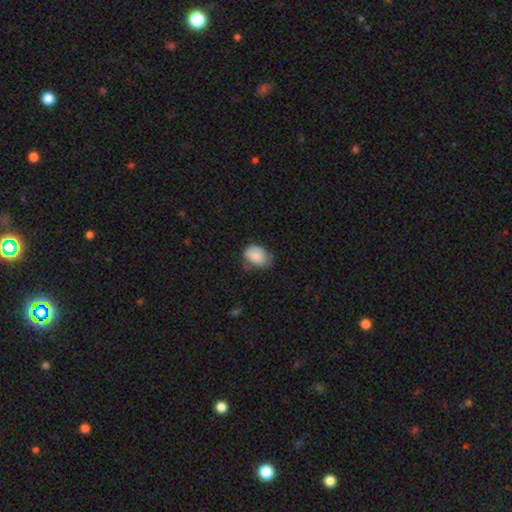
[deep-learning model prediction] Morphology: type=smooth (82%); roundness=in between (76%); merging=none (51%).